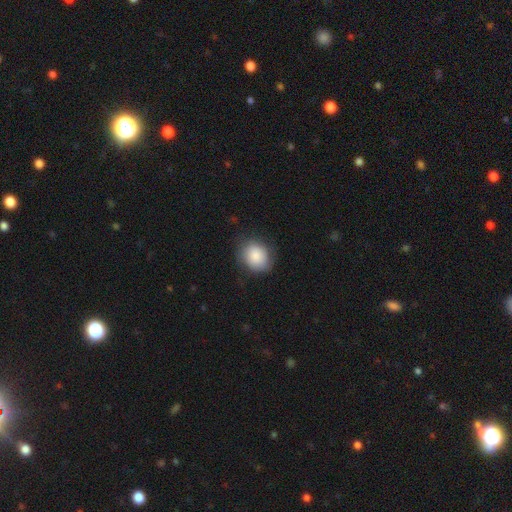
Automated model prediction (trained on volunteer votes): Smooth or featured?
  - smooth: 86% *
  - featured or disk: 7%
  - star or artifact: 7%
How rounded?
  - round: 58% *
  - in between: 41%
  - cigar-shaped: 1%
Merging?
  - none: 76% *
  - minor disturbance: 18%
  - major disturbance: 5%
  - merger: 1%